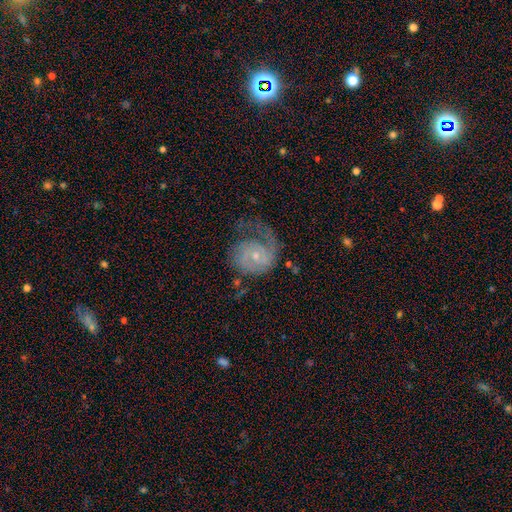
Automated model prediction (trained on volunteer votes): featured or disk 78%, smooth 15%, star or artifact 6%. Down the decision tree: edge-on disk — no (98%); bar — no (65%); spiral arms — yes (92%); spiral arm count — 1 (44%); spiral winding — tight (40%); bulge size — small (62%); merging — none (43%).